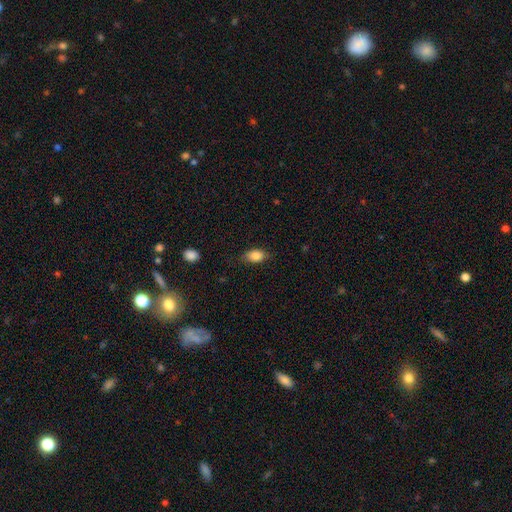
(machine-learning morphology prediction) smooth-or-featured: smooth: 85% | star or artifact: 8% | featured or disk: 7%
  how-rounded: in between: 86% | round: 10% | cigar-shaped: 3%
  merging: none: 79% | minor disturbance: 17% | major disturbance: 4% | merger: 1%